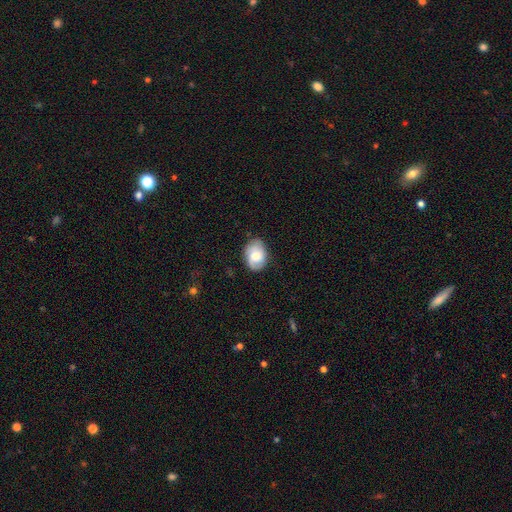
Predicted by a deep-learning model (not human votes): A smooth galaxy with no disk features (57%) that is in between round and cigar-shaped (71%). Merging: none (77%).